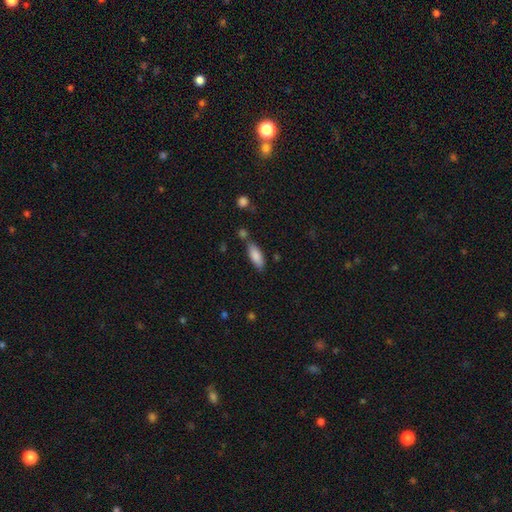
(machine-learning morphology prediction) Smooth or featured? smooth (85%)
How rounded? in between (73%)
Merging? none (71%)